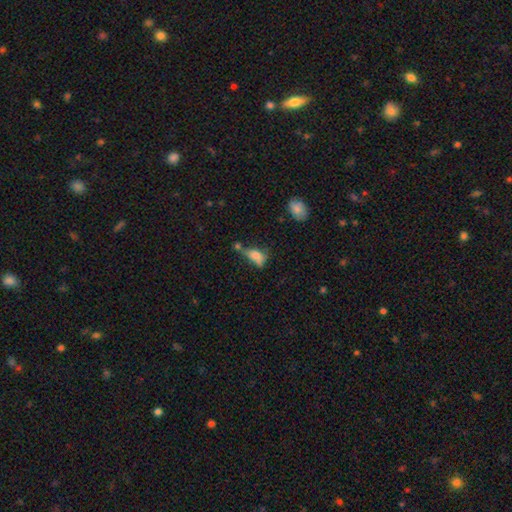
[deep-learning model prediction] smooth-or-featured: smooth: 68% | featured or disk: 20% | star or artifact: 11%
  how-rounded: in between: 79% | cigar-shaped: 13% | round: 8%
  merging: merger: 28% | none: 27% | minor disturbance: 24% | major disturbance: 21%